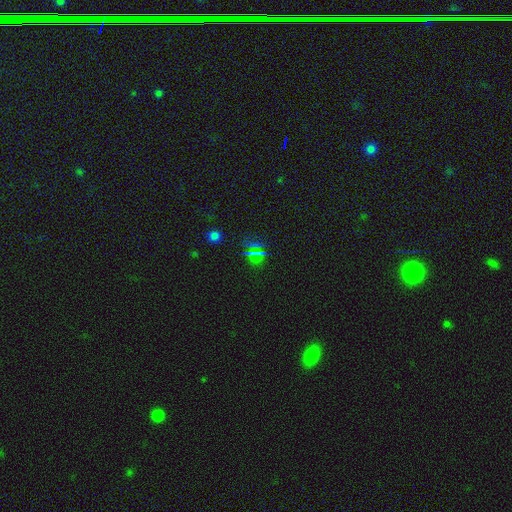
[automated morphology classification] Overall: star or artifact (54%; smooth 35%).